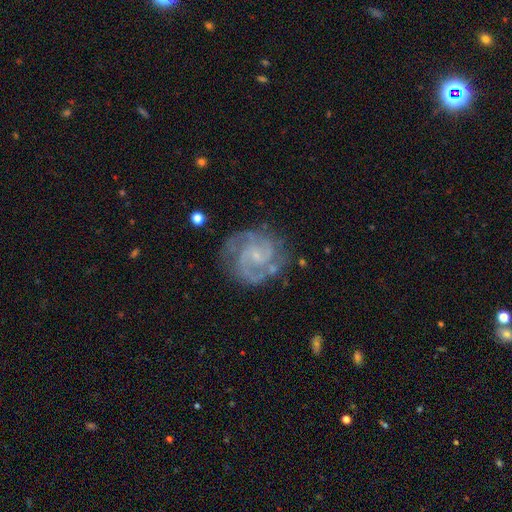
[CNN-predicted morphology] type=featured or disk (90%); edge-on=no (98%); bar=no (54%); spiral arms=yes (98%); winding=medium (49%); arm count=2 (67%); bulge=small (76%); merging=none (74%).